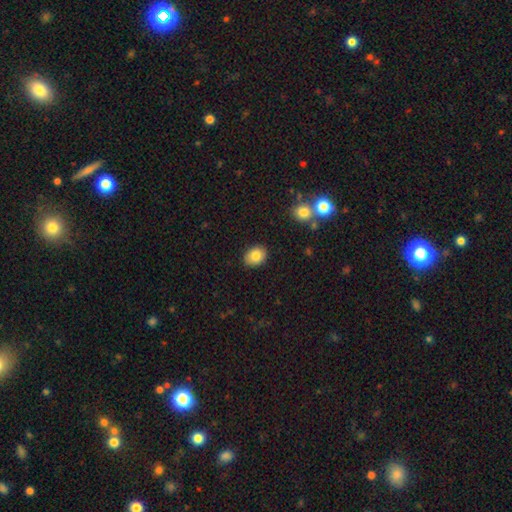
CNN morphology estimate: Overall: smooth (83%). How rounded: in between (69%; round 30%). Merging: none (89%).